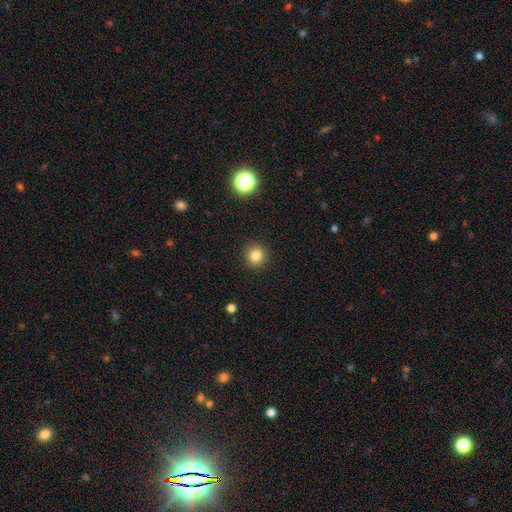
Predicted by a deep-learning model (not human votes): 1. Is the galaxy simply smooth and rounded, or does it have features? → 81% smooth, 13% star or artifact, 6% featured or disk.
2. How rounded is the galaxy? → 92% round, 7% in between, 1% cigar-shaped.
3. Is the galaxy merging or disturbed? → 91% none, 6% minor disturbance, 2% major disturbance, 1% merger.